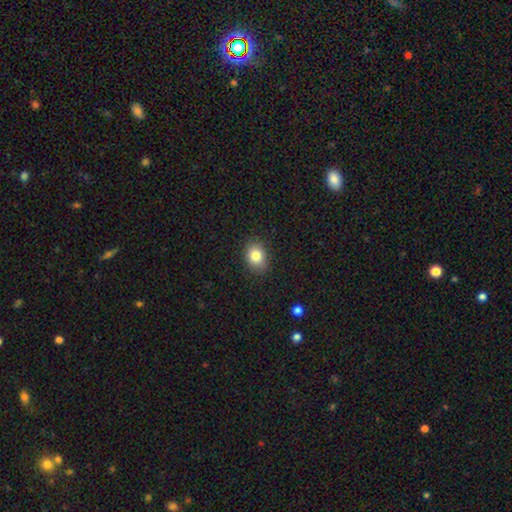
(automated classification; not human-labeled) Q: Smooth or featured?
A: smooth (83%); runner-up: star or artifact (10%)
Q: How rounded?
A: in between (61%); runner-up: round (38%)
Q: Merging?
A: none (84%); runner-up: minor disturbance (12%)